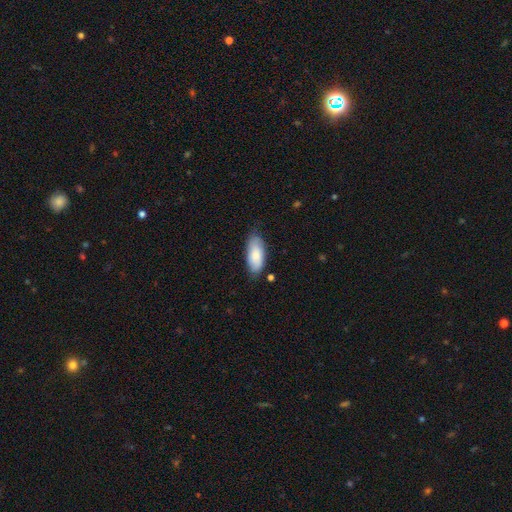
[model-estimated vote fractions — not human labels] smooth 79%, featured or disk 15%, star or artifact 6%. Down the decision tree: how rounded — in between (87%); merging — none (74%).